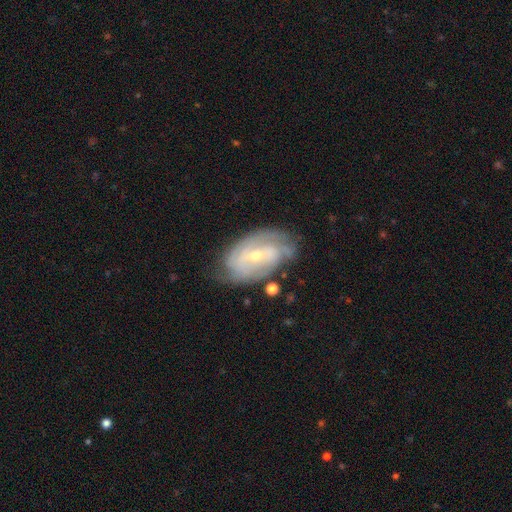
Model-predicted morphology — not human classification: Smooth or featured? featured or disk (80%)
Edge-on disk? no (95%)
Bar? weak (43%, tied with no)
Spiral arms? yes (90%)
Spiral winding? tight (60%)
Spiral arm count? can't tell (36%)
Bulge size? small (55%)
Merging? none (68%)